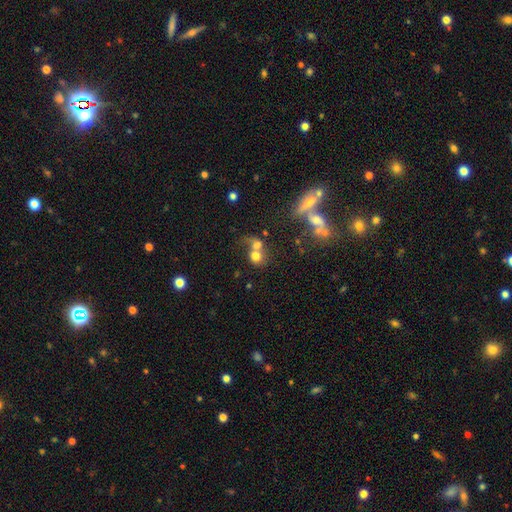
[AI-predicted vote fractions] smooth 67%, featured or disk 19%, star or artifact 14%. Down the decision tree: how rounded — round (77%); merging — merger (58%).